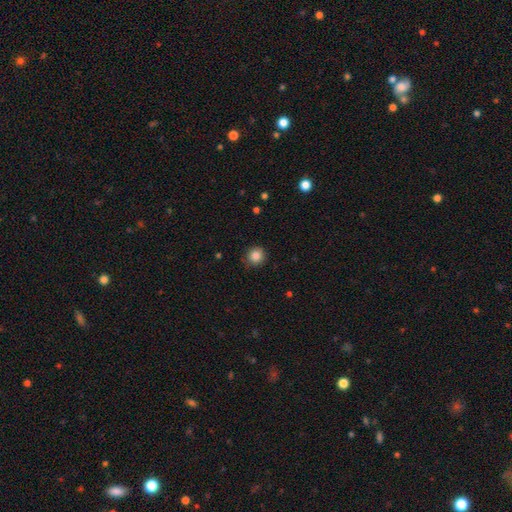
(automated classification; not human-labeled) Q: Smooth or featured?
A: smooth (86%); runner-up: star or artifact (10%)
Q: How rounded?
A: round (91%); runner-up: in between (8%)
Q: Merging?
A: none (85%); runner-up: minor disturbance (11%)